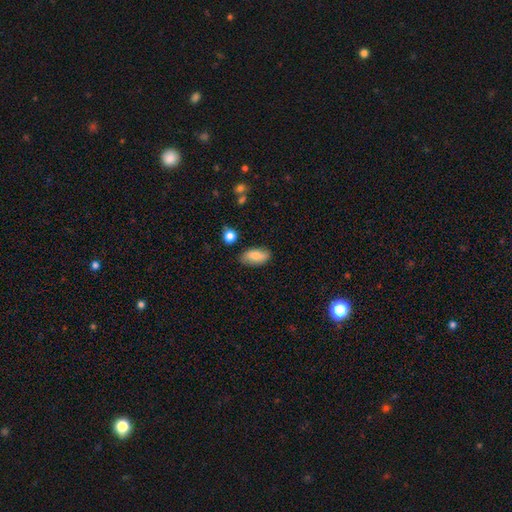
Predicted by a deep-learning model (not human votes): A smooth galaxy with no disk features (80%) that is in between round and cigar-shaped (90%).

Vote fractions:
- Smooth or featured? smooth: 80% / featured or disk: 13% / star or artifact: 7%
- How rounded? in between: 90% / cigar-shaped: 6% / round: 4%
- Merging? none: 82% / minor disturbance: 13% / major disturbance: 3% / merger: 2%